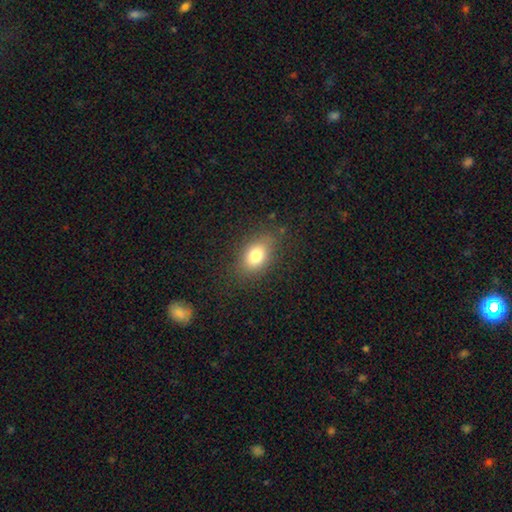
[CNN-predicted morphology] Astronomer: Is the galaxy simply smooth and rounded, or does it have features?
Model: smooth — 78%.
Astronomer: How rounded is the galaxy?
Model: in between — 77%.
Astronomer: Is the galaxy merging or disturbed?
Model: none — 82%.